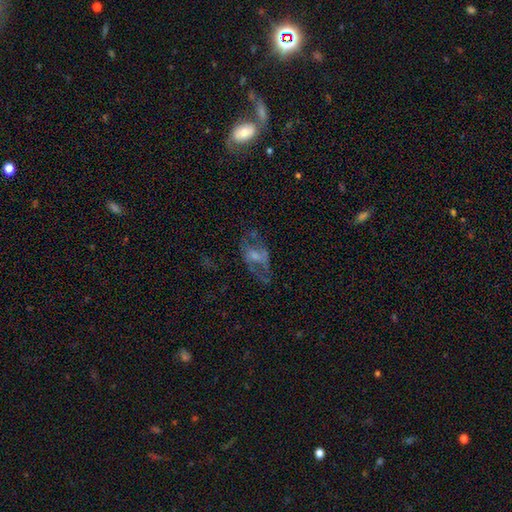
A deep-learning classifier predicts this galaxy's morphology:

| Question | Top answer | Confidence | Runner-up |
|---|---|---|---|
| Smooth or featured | featured or disk | 58% | smooth (31%) |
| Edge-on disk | no | 93% | yes (7%) |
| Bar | no | 58% | weak (34%) |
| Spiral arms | no | 55% | yes (45%) |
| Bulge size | small | 37% | moderate (36%) |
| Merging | none | 44% | major disturbance (32%) |